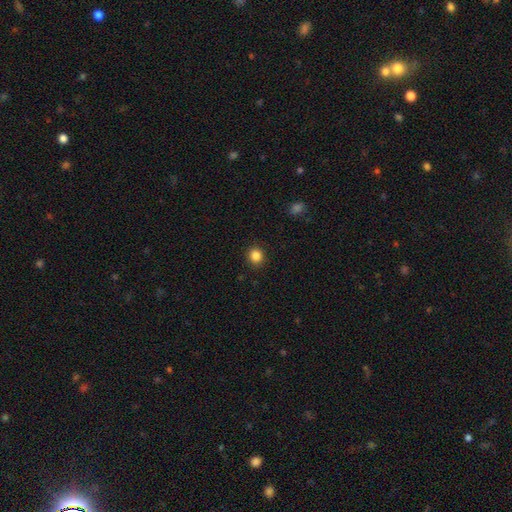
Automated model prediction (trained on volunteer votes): smooth-or-featured: smooth: 85% | star or artifact: 11% | featured or disk: 4%
  how-rounded: round: 87% | in between: 12% | cigar-shaped: 1%
  merging: none: 91% | minor disturbance: 6% | major disturbance: 2% | merger: 1%